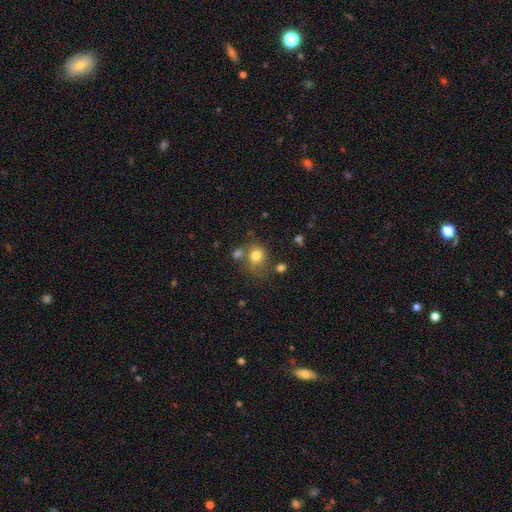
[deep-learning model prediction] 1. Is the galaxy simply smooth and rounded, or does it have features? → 77% smooth, 12% star or artifact, 10% featured or disk.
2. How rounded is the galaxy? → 69% round, 30% in between, 1% cigar-shaped.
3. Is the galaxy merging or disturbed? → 57% none, 20% merger, 16% minor disturbance, 7% major disturbance.